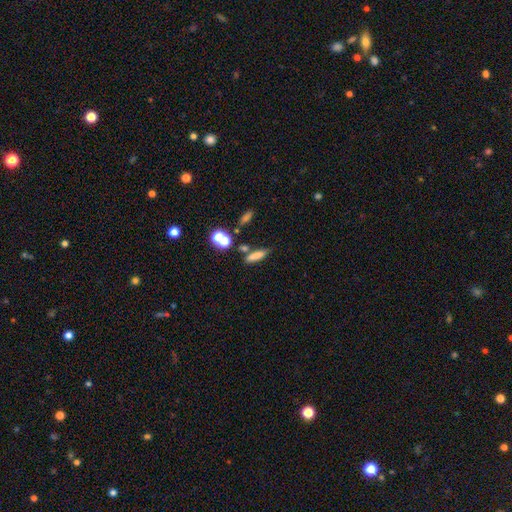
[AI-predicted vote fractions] Q: Smooth or featured?
A: smooth (74%); runner-up: star or artifact (13%)
Q: How rounded?
A: cigar-shaped (63%); runner-up: in between (31%)
Q: Merging?
A: none (66%); runner-up: minor disturbance (15%)